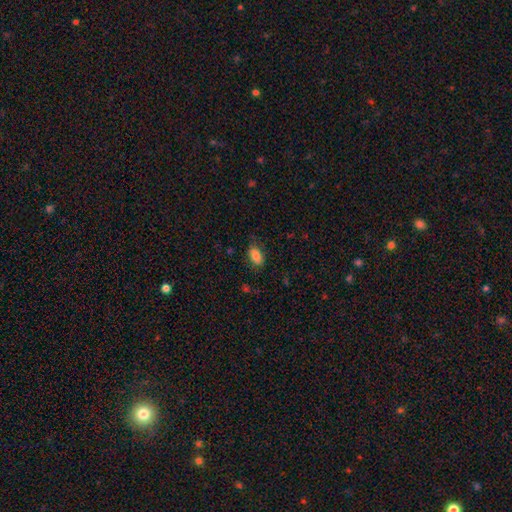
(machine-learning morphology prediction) This is clearly a smooth galaxy (83%). How rounded: clearly in between (91%). Merging: likely none (80%).